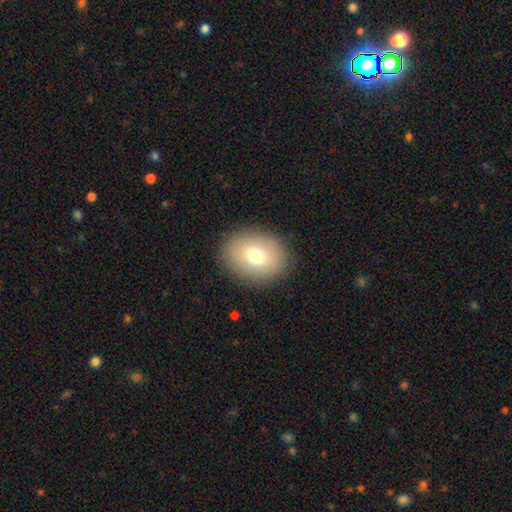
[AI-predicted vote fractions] The model was most divided on "how rounded": in between: 57%, round: 43%, cigar-shaped: 1%. More confident: merging — none (88%); smooth or featured — smooth (75%).